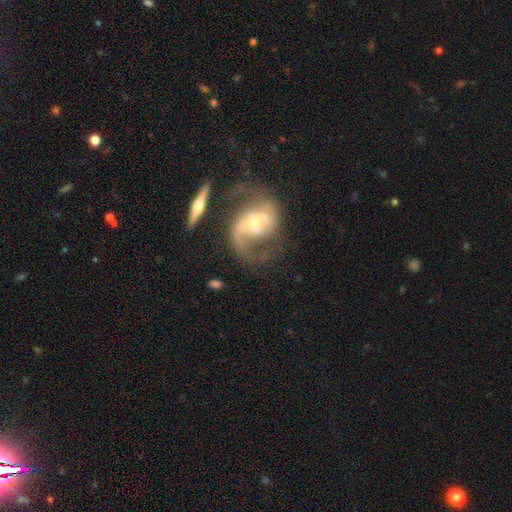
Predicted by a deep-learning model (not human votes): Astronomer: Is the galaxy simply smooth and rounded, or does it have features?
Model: featured or disk — 83%.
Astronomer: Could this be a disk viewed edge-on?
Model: no — 97%.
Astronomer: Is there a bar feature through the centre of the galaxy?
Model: weak — 42% (runner-up: no, 40%).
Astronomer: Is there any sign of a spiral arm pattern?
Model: yes — 93%.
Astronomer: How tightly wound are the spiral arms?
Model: medium — 50% (runner-up: loose, 27%).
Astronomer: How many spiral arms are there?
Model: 2 — 76%.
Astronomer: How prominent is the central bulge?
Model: moderate — 52% (runner-up: small, 38%).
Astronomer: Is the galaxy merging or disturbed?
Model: none — 47%.